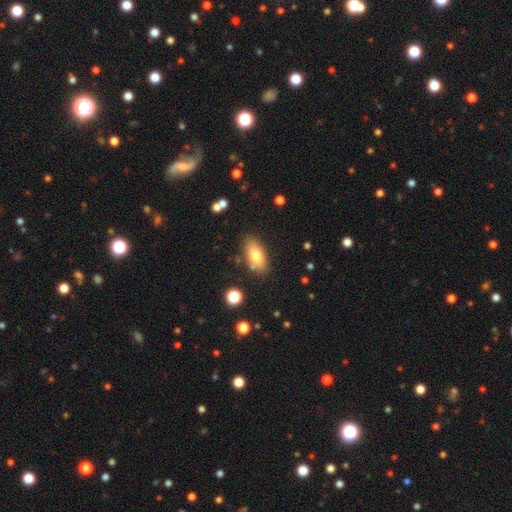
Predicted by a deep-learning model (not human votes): A smooth galaxy with no disk features (74%) that is in between round and cigar-shaped (87%).

Vote fractions:
- Smooth or featured? smooth: 74% / featured or disk: 18% / star or artifact: 8%
- How rounded? in between: 87% / cigar-shaped: 9% / round: 5%
- Merging? none: 79% / minor disturbance: 13% / merger: 5% / major disturbance: 3%